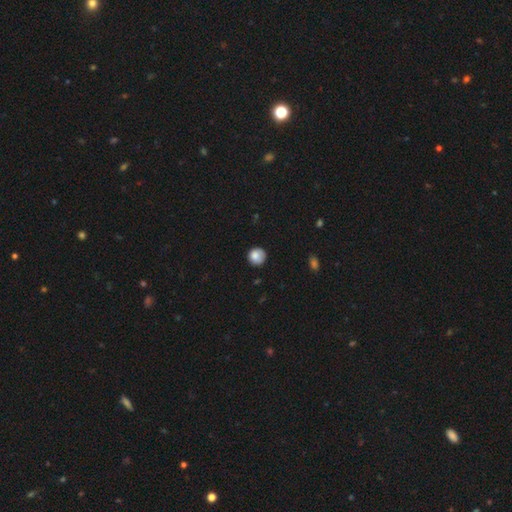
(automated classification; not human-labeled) This appears to be a smooth galaxy with no disk features (84%) that is round (91%). Merging: none (78%).